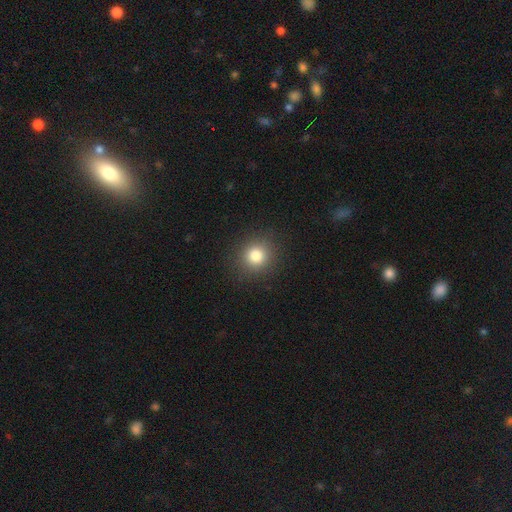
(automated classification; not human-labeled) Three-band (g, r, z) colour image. It shows a smooth galaxy with no disk features (80%) that is round (86%). Merging: none (90%).